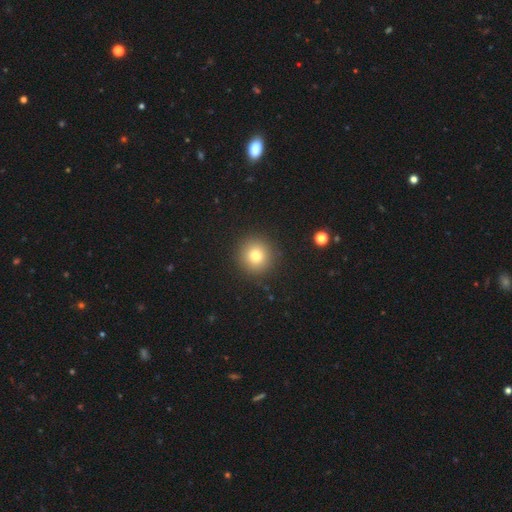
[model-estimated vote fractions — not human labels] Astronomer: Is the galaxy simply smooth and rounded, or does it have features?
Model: smooth — 79%.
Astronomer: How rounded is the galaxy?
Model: round — 95%.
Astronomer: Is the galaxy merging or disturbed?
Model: none — 91%.